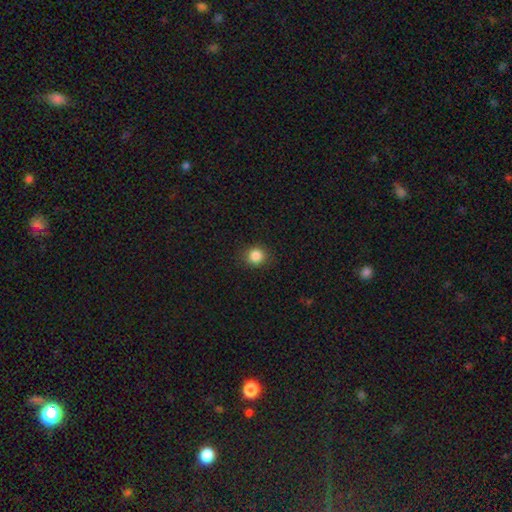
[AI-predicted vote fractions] The model was most divided on "smooth or featured": smooth: 86%, star or artifact: 10%, featured or disk: 4%. More confident: merging — none (89%); how rounded — round (88%).